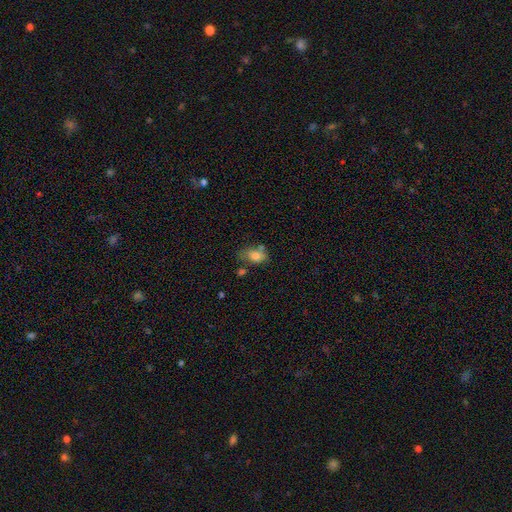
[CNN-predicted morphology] Smooth or featured?
  - smooth: 74% *
  - featured or disk: 17%
  - star or artifact: 9%
How rounded?
  - in between: 82% *
  - round: 15%
  - cigar-shaped: 2%
Merging?
  - none: 51% *
  - minor disturbance: 24%
  - merger: 17%
  - major disturbance: 8%